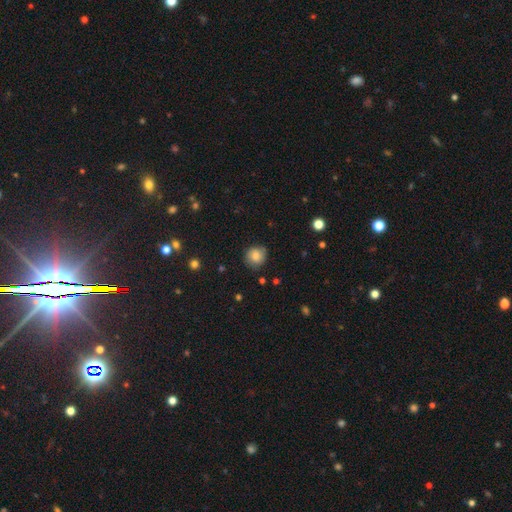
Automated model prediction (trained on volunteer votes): Overall: smooth (79%). How rounded: round (88%). Merging: none (81%).